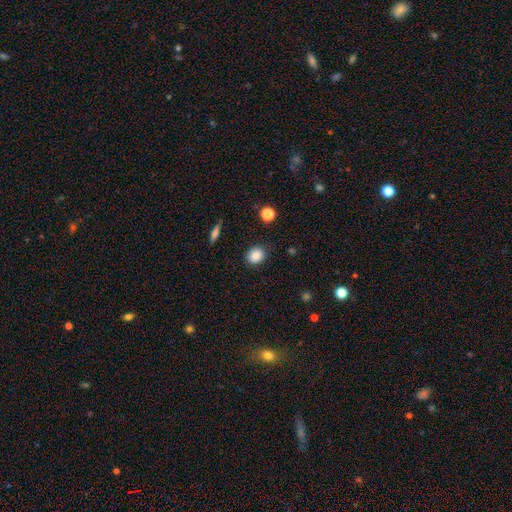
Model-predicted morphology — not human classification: The model was most divided on "how rounded": round: 61%, in between: 37%, cigar-shaped: 1%. More confident: merging — none (87%); smooth or featured — smooth (86%).